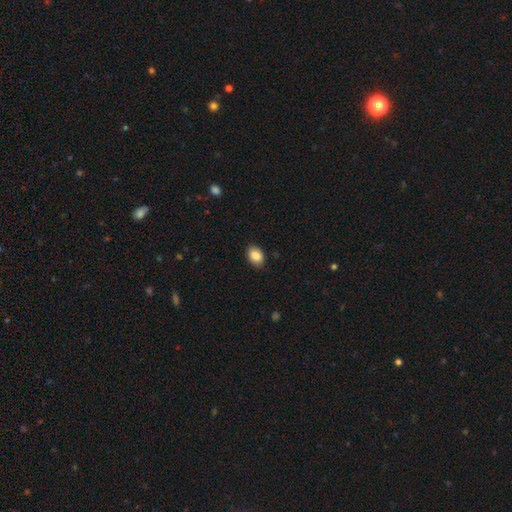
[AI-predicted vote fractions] Smooth or featured: smooth — 88% (star or artifact — 8%)
How rounded: in between — 79% (round — 20%)
Merging: none — 87% (minor disturbance — 9%)